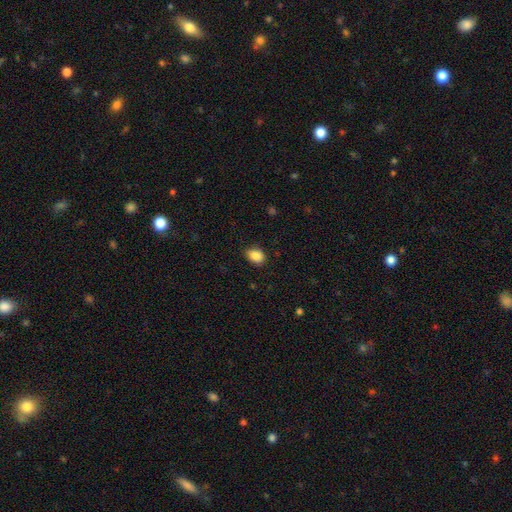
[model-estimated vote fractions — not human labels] smooth-or-featured: smooth: 89% | star or artifact: 8% | featured or disk: 3%
  how-rounded: in between: 75% | round: 24% | cigar-shaped: 1%
  merging: none: 84% | minor disturbance: 12% | major disturbance: 3% | merger: 1%